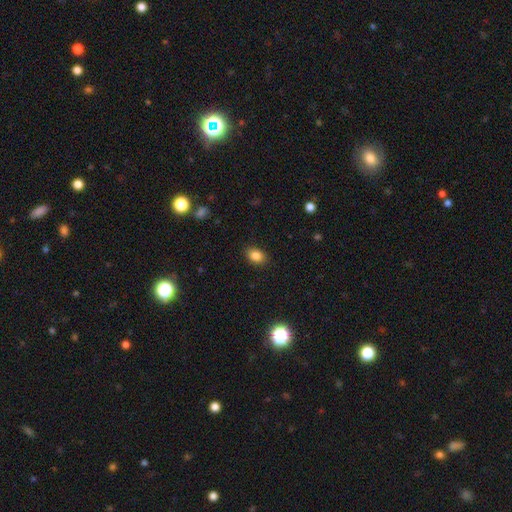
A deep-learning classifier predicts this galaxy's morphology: The model was most divided on "how rounded": in between: 72%, round: 27%, cigar-shaped: 1%. More confident: merging — none (87%); smooth or featured — smooth (85%).